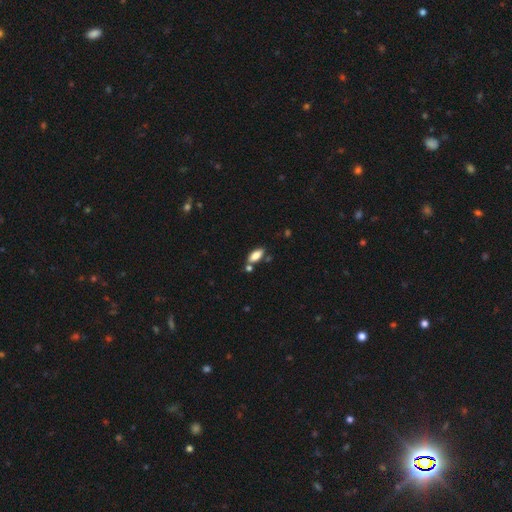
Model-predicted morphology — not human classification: Overall: smooth (83%). How rounded: in between (85%). Merging: none (70%).